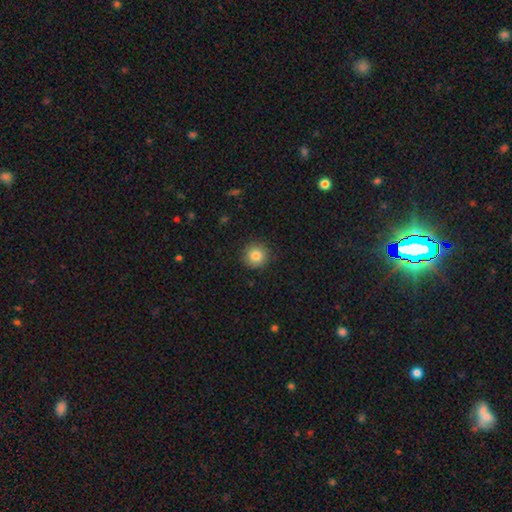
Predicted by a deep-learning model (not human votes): Smooth or featured?
  - smooth: 84% *
  - star or artifact: 10%
  - featured or disk: 7%
How rounded?
  - round: 94% *
  - in between: 5%
  - cigar-shaped: 1%
Merging?
  - none: 90% *
  - minor disturbance: 7%
  - major disturbance: 2%
  - merger: 1%